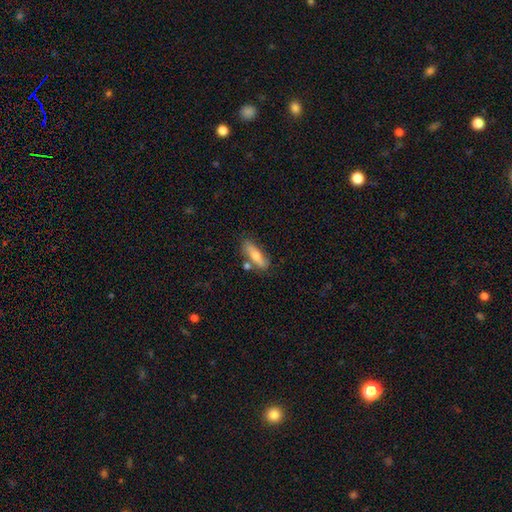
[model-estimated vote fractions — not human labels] Q: Smooth or featured?
A: smooth (57%); runner-up: featured or disk (35%)
Q: How rounded?
A: cigar-shaped (56%); runner-up: in between (41%)
Q: Merging?
A: none (73%); runner-up: minor disturbance (15%)